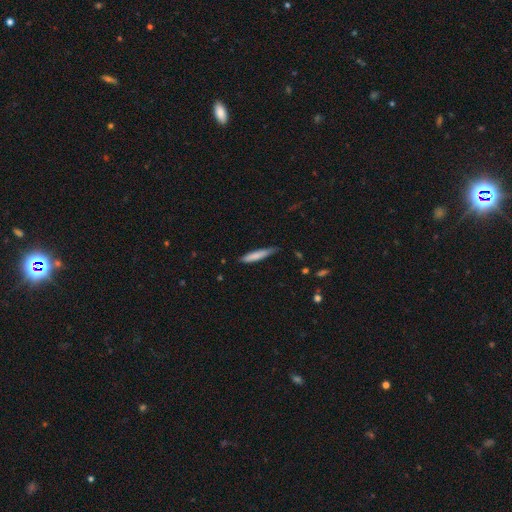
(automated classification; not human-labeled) Q: Smooth or featured?
A: smooth (77%); runner-up: featured or disk (18%)
Q: How rounded?
A: cigar-shaped (92%); runner-up: in between (7%)
Q: Merging?
A: none (75%); runner-up: minor disturbance (21%)